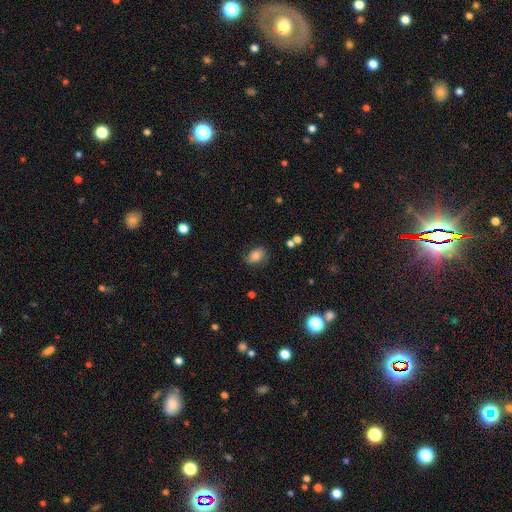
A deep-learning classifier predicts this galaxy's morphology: smooth_or_featured: smooth (p=0.68) [alt: featured or disk p=0.21]
how_rounded: in between (p=0.78) [alt: round p=0.20]
merging: none (p=0.65) [alt: minor disturbance p=0.24]